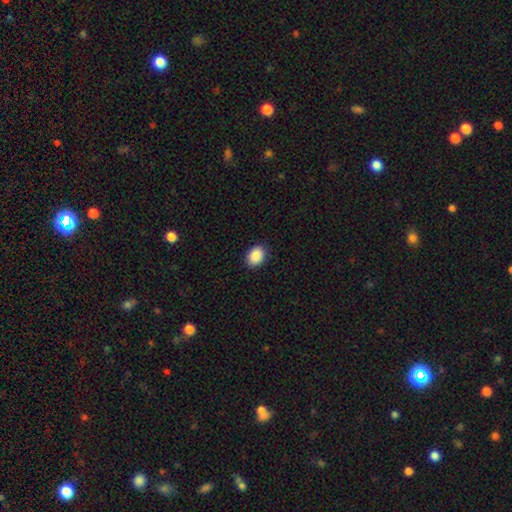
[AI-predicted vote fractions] Smooth or featured? smooth (90%)
How rounded? in between (66%)
Merging? none (89%)